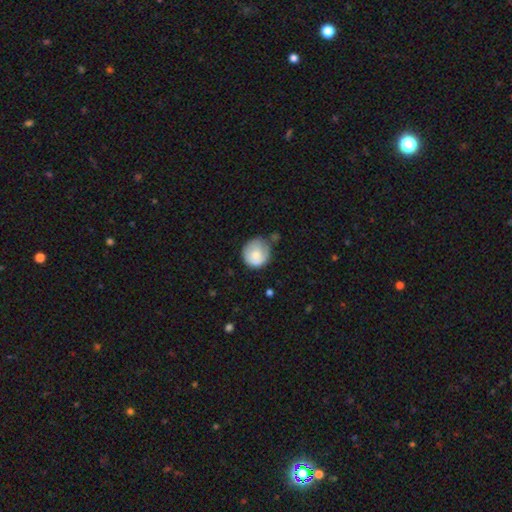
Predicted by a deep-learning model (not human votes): Q: Smooth or featured?
A: smooth (66%); runner-up: featured or disk (27%)
Q: How rounded?
A: round (88%); runner-up: in between (11%)
Q: Merging?
A: none (53%); runner-up: minor disturbance (31%)